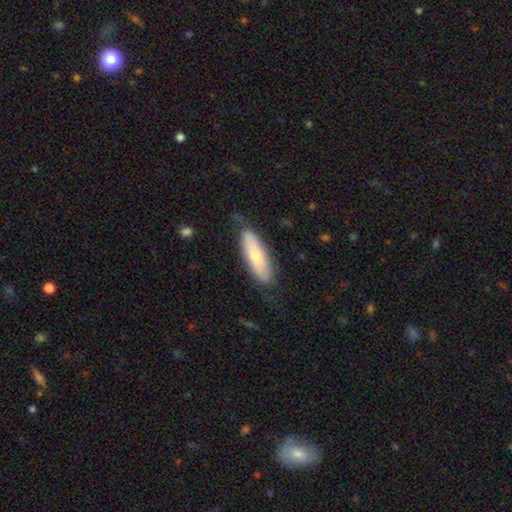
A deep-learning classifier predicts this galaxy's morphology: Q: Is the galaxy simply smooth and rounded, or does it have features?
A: smooth — 64%.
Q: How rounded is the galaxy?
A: in between — 54%.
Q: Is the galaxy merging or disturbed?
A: none — 72%.